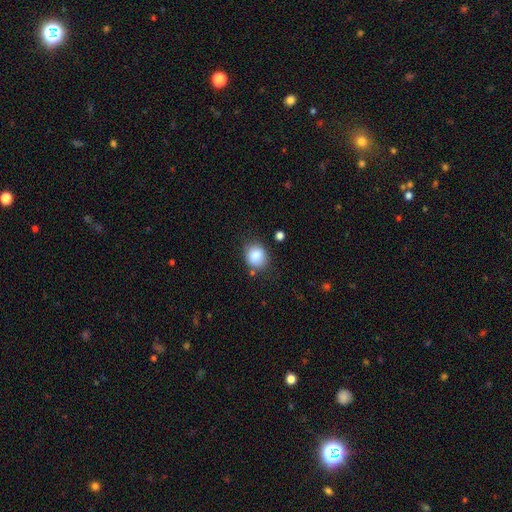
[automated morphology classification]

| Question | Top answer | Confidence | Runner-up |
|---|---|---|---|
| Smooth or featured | smooth | 85% | star or artifact (9%) |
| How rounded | round | 66% | in between (33%) |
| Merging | none | 76% | minor disturbance (15%) |